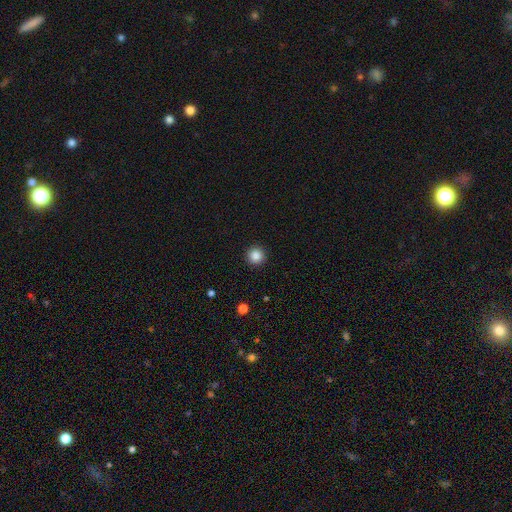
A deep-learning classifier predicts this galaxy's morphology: Q: Smooth or featured?
A: smooth (86%); runner-up: star or artifact (10%)
Q: How rounded?
A: round (96%); runner-up: in between (3%)
Q: Merging?
A: none (93%); runner-up: minor disturbance (4%)